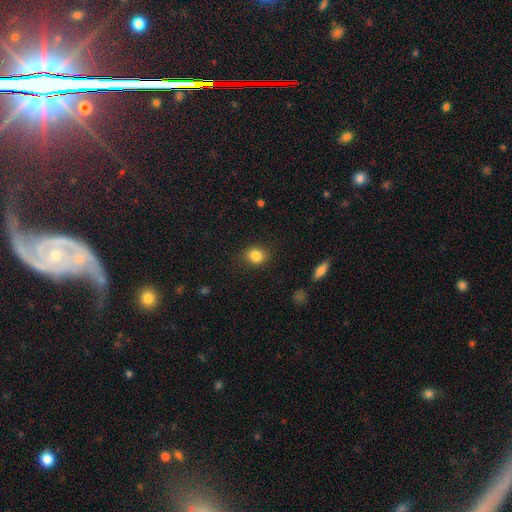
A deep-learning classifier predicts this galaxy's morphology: This appears to be a smooth galaxy with no disk features (84%) that is round (62%). Merging: none (86%).